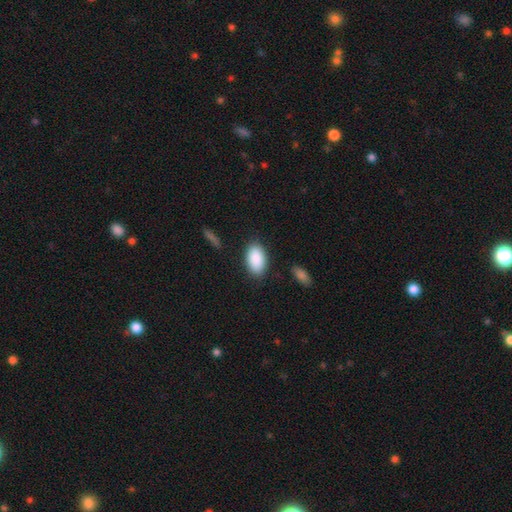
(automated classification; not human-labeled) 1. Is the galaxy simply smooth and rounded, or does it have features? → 90% smooth, 6% star or artifact, 4% featured or disk.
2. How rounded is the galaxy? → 94% in between, 4% round, 2% cigar-shaped.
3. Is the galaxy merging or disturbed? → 84% none, 11% minor disturbance, 3% major disturbance, 2% merger.